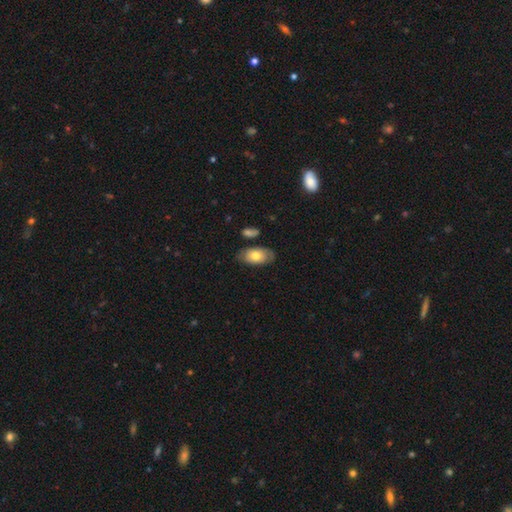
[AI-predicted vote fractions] A smooth galaxy with no disk features (64%) that is in between round and cigar-shaped (91%).

Vote fractions:
- Smooth or featured? smooth: 64% / featured or disk: 29% / star or artifact: 7%
- How rounded? in between: 91% / round: 6% / cigar-shaped: 3%
- Merging? none: 71% / minor disturbance: 20% / major disturbance: 5% / merger: 4%